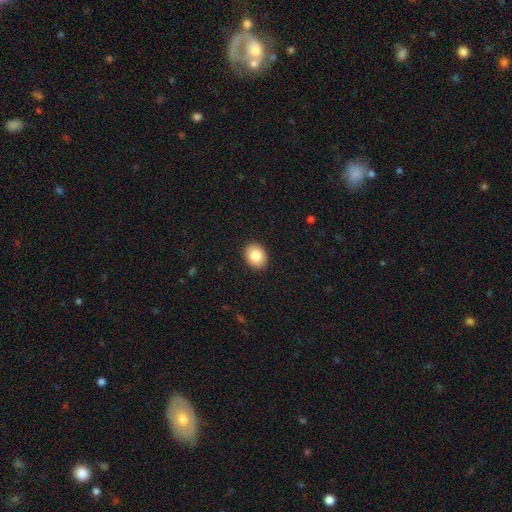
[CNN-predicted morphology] Smooth or featured: smooth — 83% (star or artifact — 8%)
How rounded: round — 51% (in between — 48%)
Merging: none — 92% (minor disturbance — 6%)